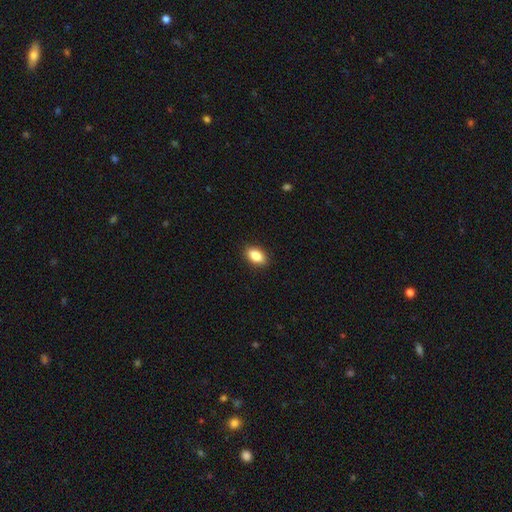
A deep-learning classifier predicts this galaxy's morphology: This is clearly a smooth galaxy (85%). How rounded: clearly in between (89%). Merging: clearly none (90%).